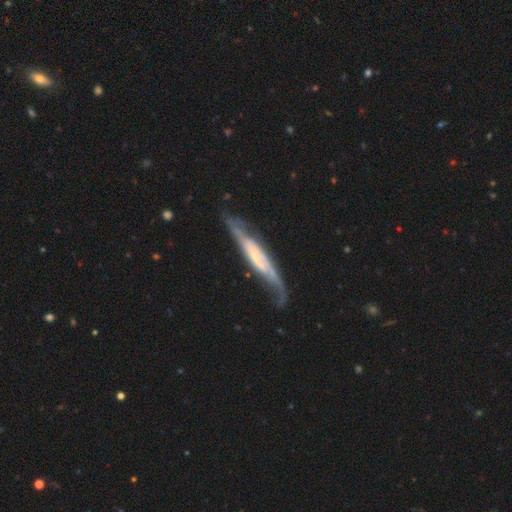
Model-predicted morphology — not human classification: Q: Smooth or featured?
A: featured or disk (78%); runner-up: smooth (17%)
Q: Edge-on disk?
A: yes (59%); runner-up: no (41%)
Q: Merging?
A: none (60%); runner-up: minor disturbance (24%)